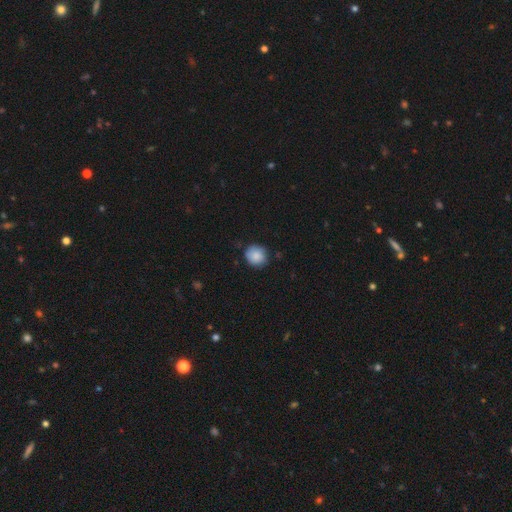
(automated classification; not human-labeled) Smooth or featured? Predicted: smooth (p=0.85). How rounded? Predicted: round (p=0.82). Merging? Predicted: none (p=0.79).